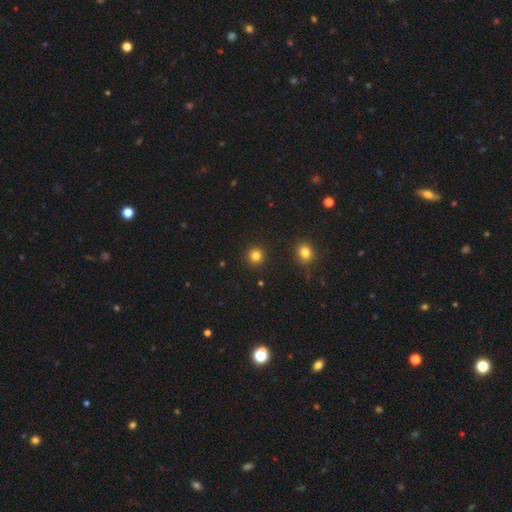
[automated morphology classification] smooth-or-featured: smooth: 82% | star or artifact: 14% | featured or disk: 4%
  how-rounded: round: 95% | in between: 4% | cigar-shaped: 1%
  merging: none: 92% | minor disturbance: 4% | major disturbance: 2% | merger: 2%